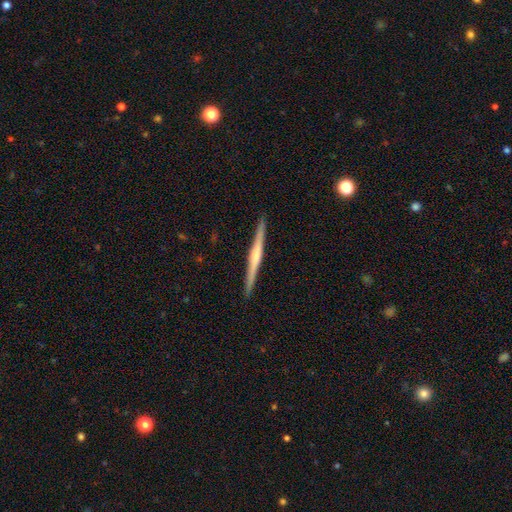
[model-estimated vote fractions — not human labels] A featured or disk galaxy (69%) viewed edge-on (98%) with a rounded central bulge (59%). Merging: none (93%).